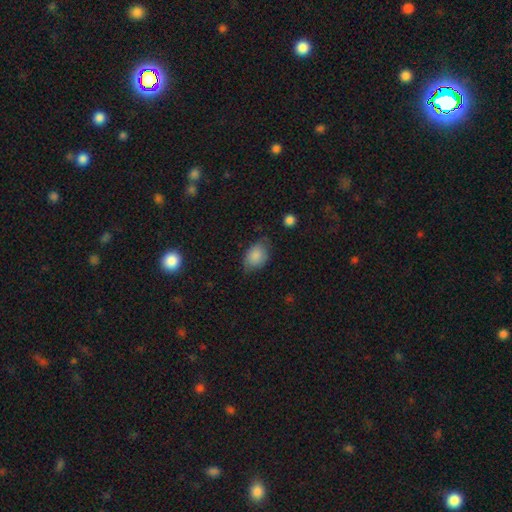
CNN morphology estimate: Overall: smooth (84%). How rounded: in between (81%). Merging: none (63%; minor disturbance 29%).